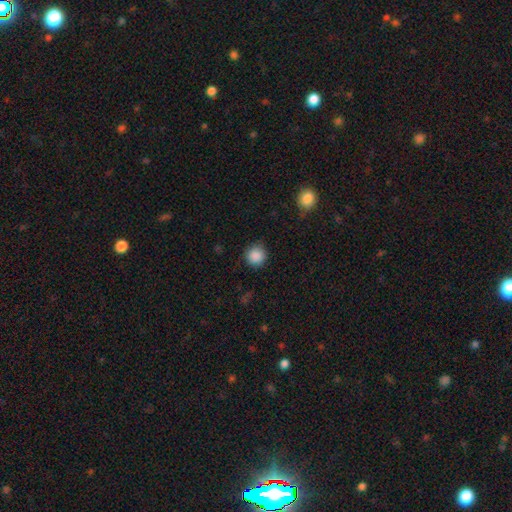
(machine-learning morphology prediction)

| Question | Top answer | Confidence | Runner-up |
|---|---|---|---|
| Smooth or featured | smooth | 88% | star or artifact (9%) |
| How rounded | round | 93% | in between (6%) |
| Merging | none | 86% | minor disturbance (10%) |